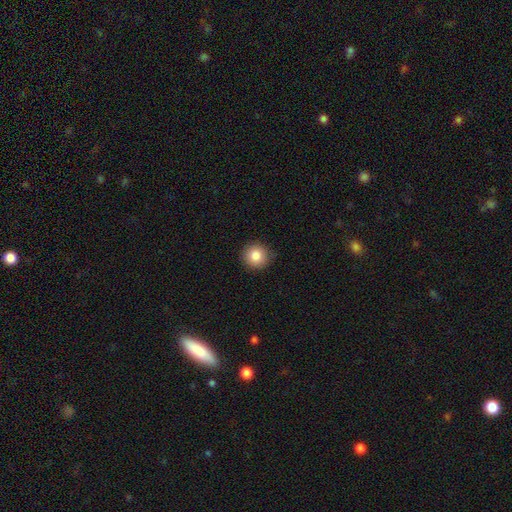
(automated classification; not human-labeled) smooth-or-featured: smooth: 85% | star or artifact: 10% | featured or disk: 6%
  how-rounded: round: 94% | in between: 5% | cigar-shaped: 1%
  merging: none: 87% | minor disturbance: 10% | major disturbance: 2% | merger: 1%